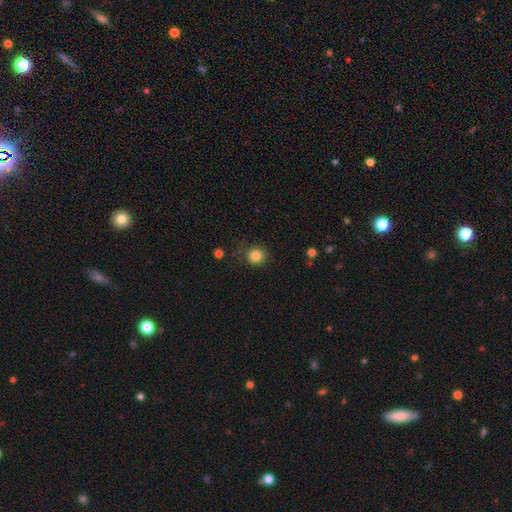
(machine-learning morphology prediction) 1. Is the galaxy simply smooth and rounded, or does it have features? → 84% smooth, 11% star or artifact, 5% featured or disk.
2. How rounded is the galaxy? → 92% round, 7% in between, 1% cigar-shaped.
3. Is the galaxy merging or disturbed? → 84% none, 11% minor disturbance, 3% major disturbance, 2% merger.